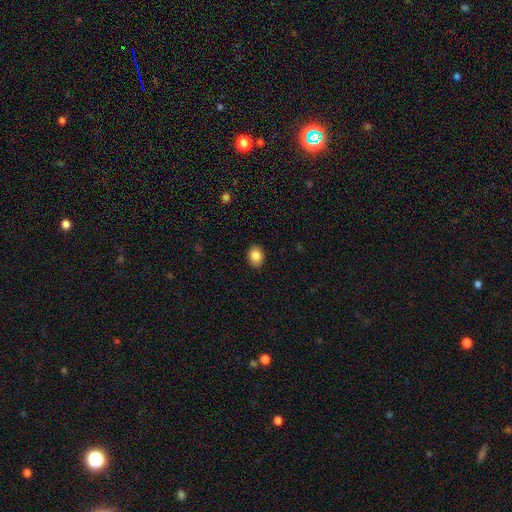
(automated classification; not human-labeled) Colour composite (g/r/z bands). It shows a smooth galaxy with no disk features (85%) that is in between round and cigar-shaped (66%). Merging: none (90%).